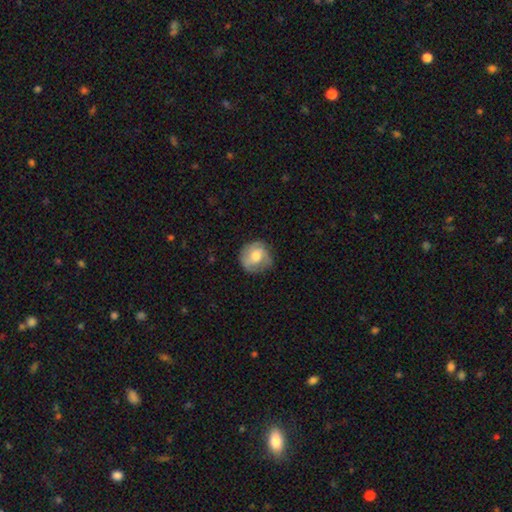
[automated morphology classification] Smooth or featured?
  - smooth: 54% *
  - featured or disk: 38%
  - star or artifact: 7%
How rounded?
  - round: 86% *
  - in between: 13%
  - cigar-shaped: 1%
Merging?
  - none: 69% *
  - minor disturbance: 22%
  - major disturbance: 8%
  - merger: 1%